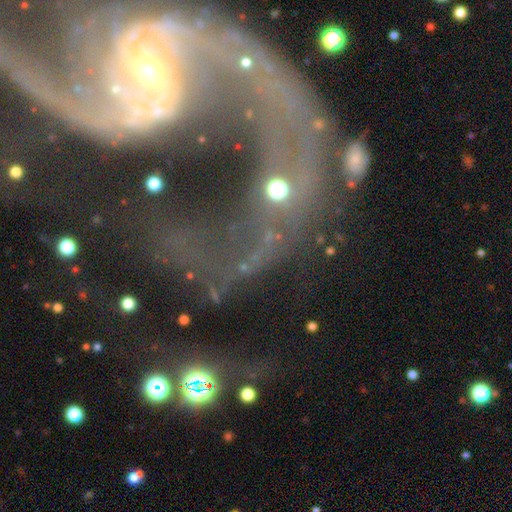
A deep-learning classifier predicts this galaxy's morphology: This appears to be a featured or disk galaxy (81%) with no bar (41%), 2 (71%) loose (64%) spiral arms (83%) and a small central bulge (62%). Merging: major disturbance (41%).